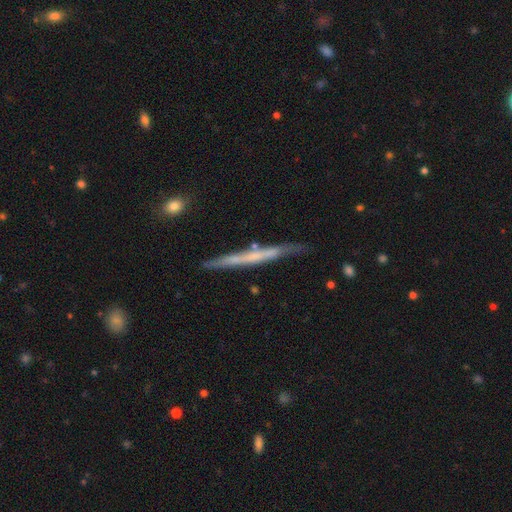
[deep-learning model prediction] Smooth or featured? Predicted: featured or disk (p=0.56). Edge-on disk? Predicted: yes (p=0.94). Edge-on bulge? Predicted: none (p=0.80). Merging? Predicted: none (p=0.79).